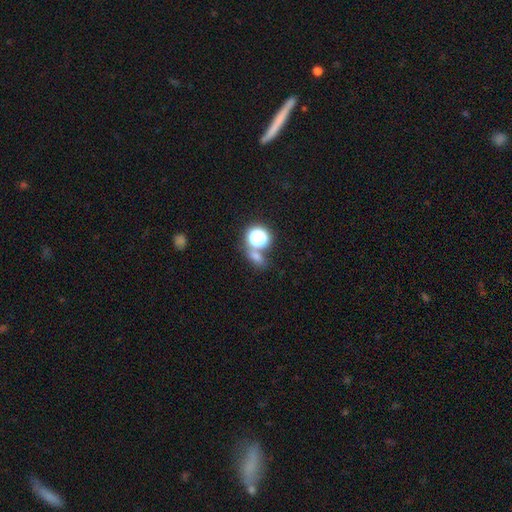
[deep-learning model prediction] Smooth or featured? smooth (56%)
How rounded? round (53%)
Merging? none (60%)